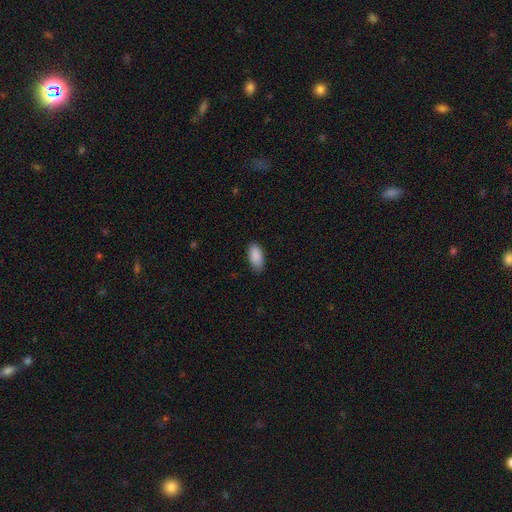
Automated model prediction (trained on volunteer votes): smooth_or_featured: smooth (p=0.90) [alt: star or artifact p=0.06]
how_rounded: in between (p=0.94) [alt: cigar-shaped p=0.04]
merging: none (p=0.82) [alt: minor disturbance p=0.15]